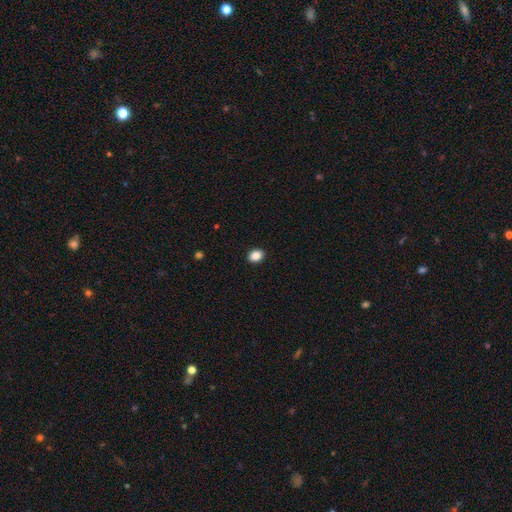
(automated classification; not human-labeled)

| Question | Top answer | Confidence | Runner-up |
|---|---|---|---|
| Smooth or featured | smooth | 88% | star or artifact (9%) |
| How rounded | in between | 59% | round (40%) |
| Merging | none | 92% | minor disturbance (6%) |